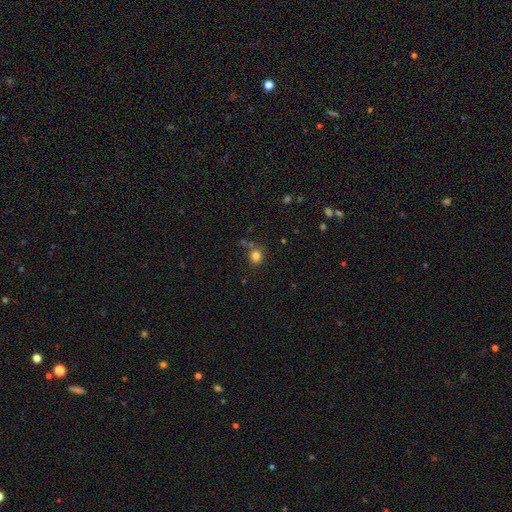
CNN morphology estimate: smooth-or-featured: smooth: 81% | star or artifact: 13% | featured or disk: 6%
  how-rounded: round: 75% | in between: 24% | cigar-shaped: 1%
  merging: none: 74% | minor disturbance: 12% | merger: 9% | major disturbance: 4%